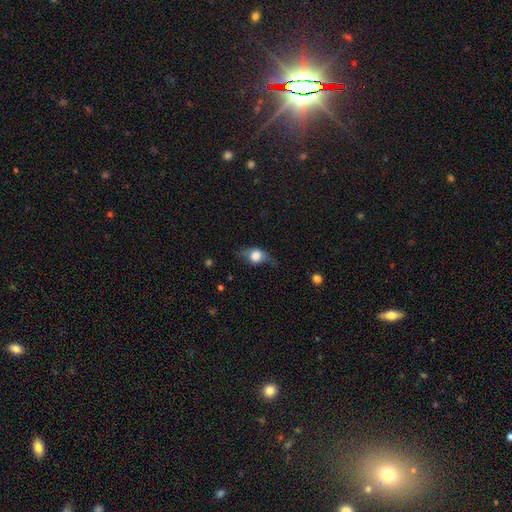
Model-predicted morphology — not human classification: This is likely a smooth galaxy (64%). How rounded: likely in between (63%). Merging: possibly none (54%).